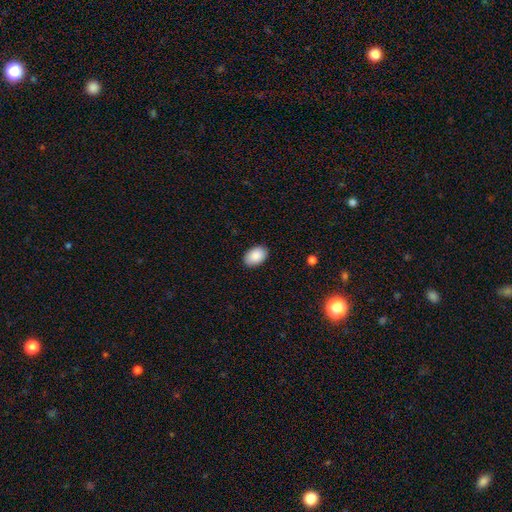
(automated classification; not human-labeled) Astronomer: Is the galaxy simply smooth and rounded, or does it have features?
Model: smooth — 90%.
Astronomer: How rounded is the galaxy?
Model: in between — 90%.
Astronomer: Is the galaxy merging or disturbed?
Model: none — 89%.